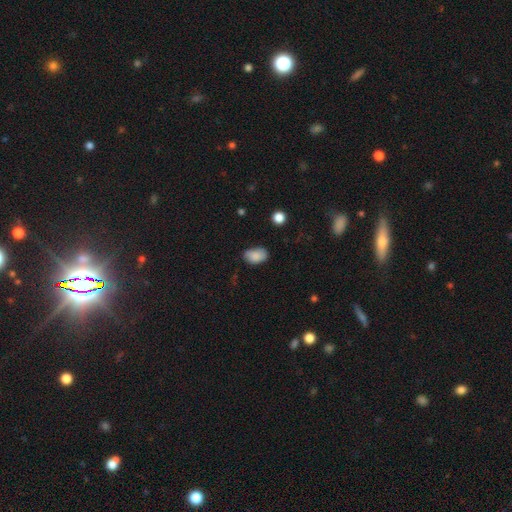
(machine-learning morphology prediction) This is clearly a smooth galaxy (86%). How rounded: clearly in between (88%). Merging: likely none (71%).